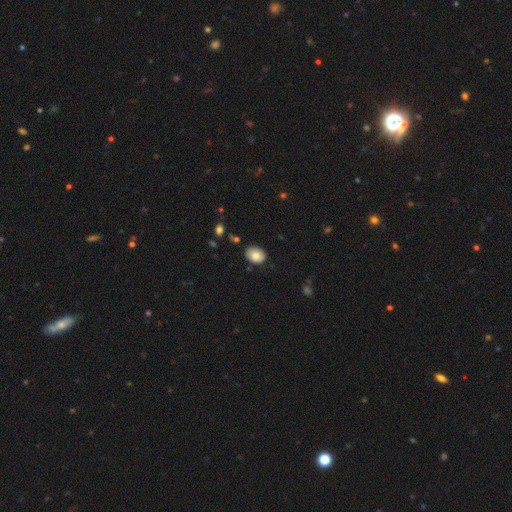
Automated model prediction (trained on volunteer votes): Smooth or featured?
  - smooth: 80% *
  - featured or disk: 12%
  - star or artifact: 8%
How rounded?
  - in between: 71% *
  - round: 28%
  - cigar-shaped: 1%
Merging?
  - none: 81% *
  - minor disturbance: 14%
  - major disturbance: 3%
  - merger: 2%